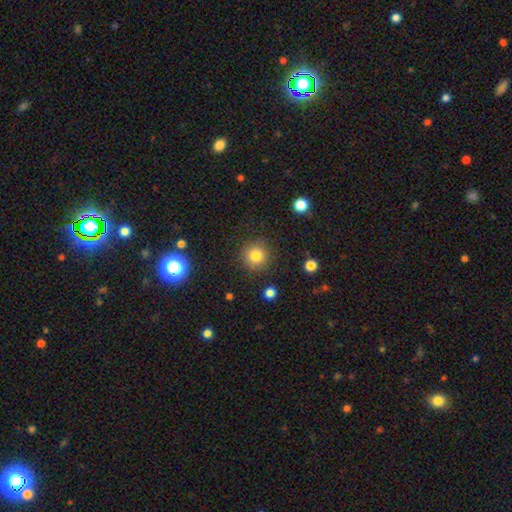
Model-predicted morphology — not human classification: A smooth galaxy with no disk features (81%) that is round (94%). Merging: none (88%).